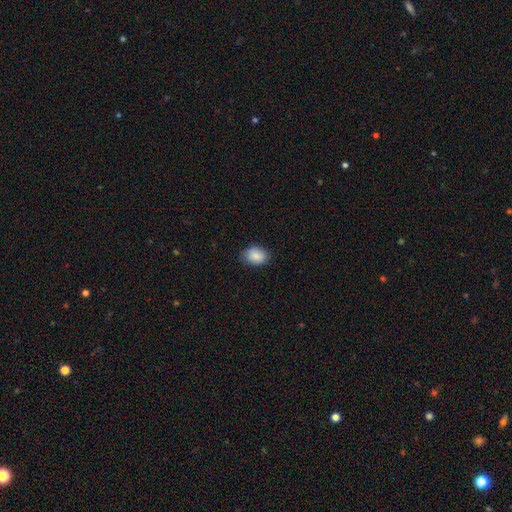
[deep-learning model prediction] The model was most divided on "how rounded": in between: 76%, round: 23%, cigar-shaped: 1%. More confident: smooth or featured — smooth (88%); merging — none (79%).